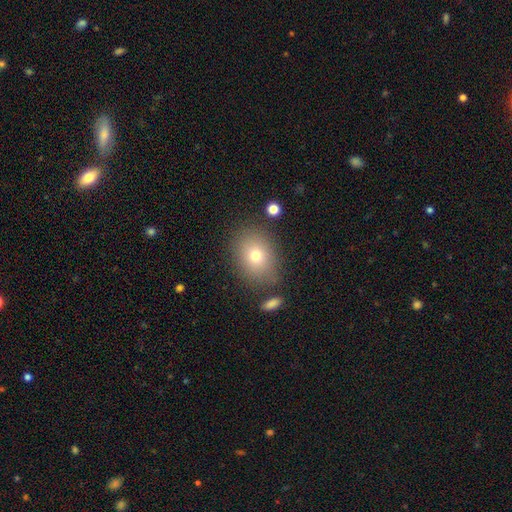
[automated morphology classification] Smooth or featured? Predicted: smooth (p=0.72). How rounded? Predicted: in between (p=0.55). Merging? Predicted: none (p=0.81).